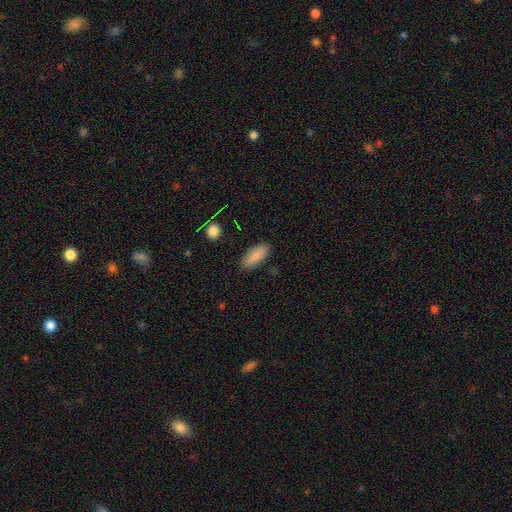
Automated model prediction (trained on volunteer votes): Smooth or featured? smooth (87%)
How rounded? in between (82%)
Merging? none (85%)